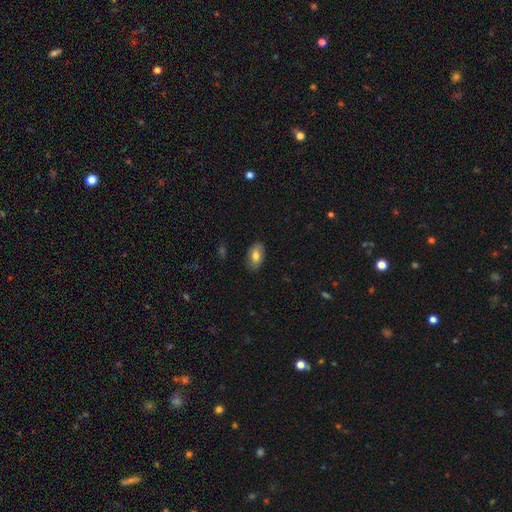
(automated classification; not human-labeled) smooth-or-featured: smooth: 78% | featured or disk: 15% | star or artifact: 7%
  how-rounded: in between: 93% | round: 6% | cigar-shaped: 2%
  merging: none: 86% | minor disturbance: 11% | major disturbance: 2% | merger: 1%